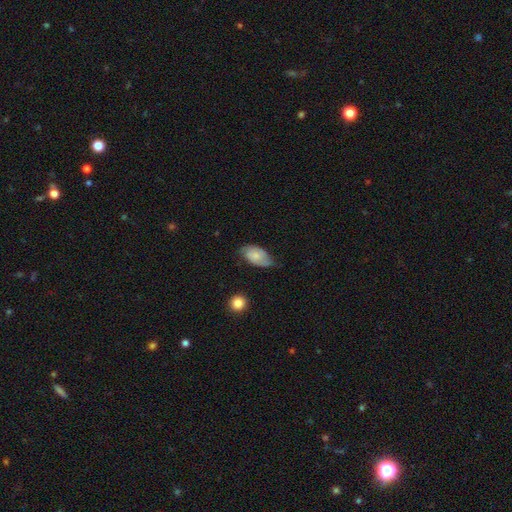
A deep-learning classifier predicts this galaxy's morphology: smooth 58%, featured or disk 35%, star or artifact 7%. Down the decision tree: how rounded — in between (93%); merging — none (61%).